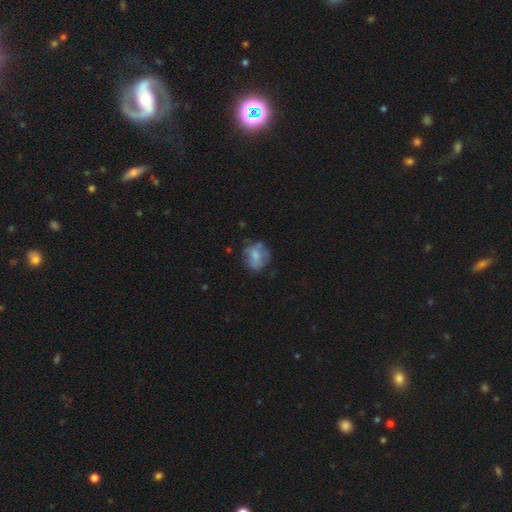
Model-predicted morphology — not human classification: type=smooth (62%); roundness=round (66%); merging=none (55%).